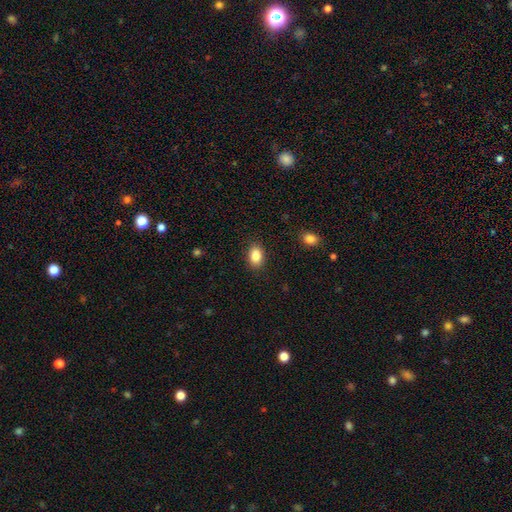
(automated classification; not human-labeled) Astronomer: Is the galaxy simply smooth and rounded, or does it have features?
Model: smooth — 86%.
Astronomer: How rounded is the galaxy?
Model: in between — 81%.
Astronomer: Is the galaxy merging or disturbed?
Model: none — 88%.